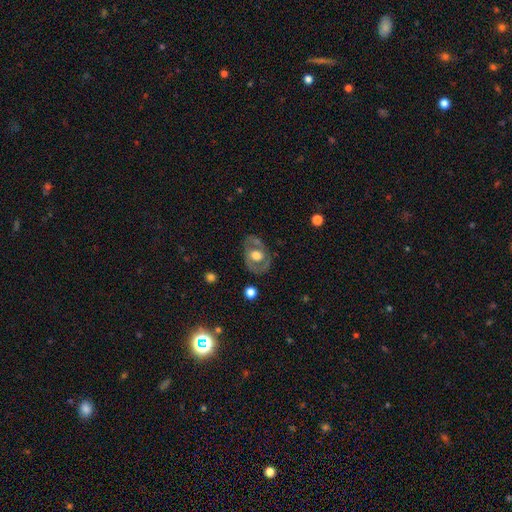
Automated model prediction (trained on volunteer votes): Smooth or featured: featured or disk — 58% (smooth — 35%)
Edge-on disk: no — 92% (yes — 8%)
Bar: no — 80% (weak — 16%)
Spiral arms: no — 73% (yes — 27%)
Bulge size: large — 46% (moderate — 45%)
Merging: none — 70% (minor disturbance — 18%)